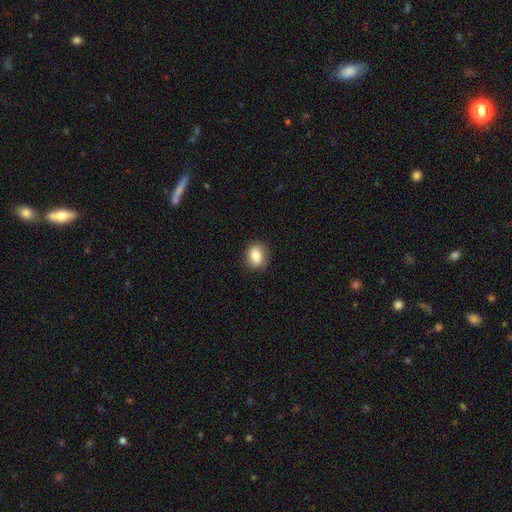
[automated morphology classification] This appears to be a smooth galaxy with no disk features (84%) that is round (51%). Merging: none (86%).